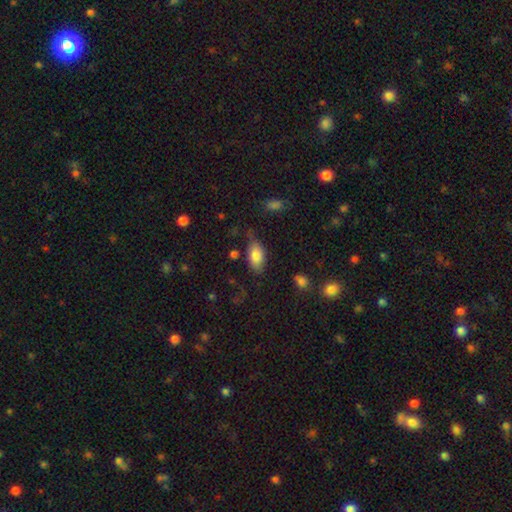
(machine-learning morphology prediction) The model was most divided on "merging": none: 68%, minor disturbance: 22%, major disturbance: 6%, merger: 3%. More confident: how rounded — in between (93%); smooth or featured — smooth (82%).